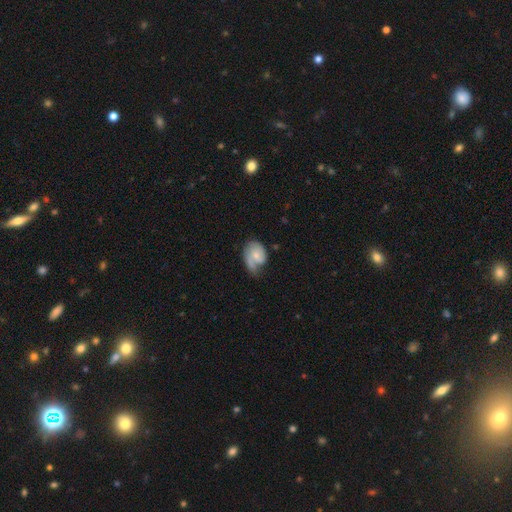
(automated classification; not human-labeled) featured or disk 56%, smooth 37%, star or artifact 7%. Down the decision tree: edge-on disk — no (97%); bar — no (71%); spiral arms — yes (83%); bulge size — small (58%); merging — none (38%).